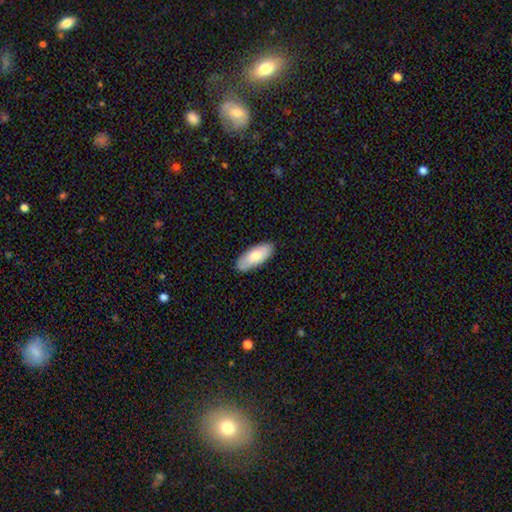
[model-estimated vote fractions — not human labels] Smooth or featured: smooth — 77% (featured or disk — 17%)
How rounded: in between — 86% (cigar-shaped — 13%)
Merging: none — 86% (minor disturbance — 11%)